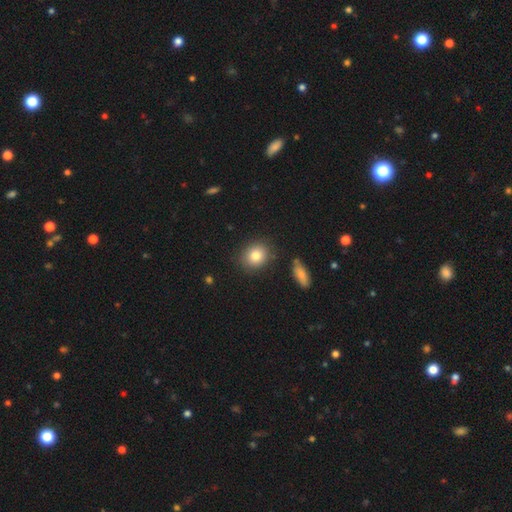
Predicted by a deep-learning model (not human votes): Morphology: type=smooth (82%); roundness=round (65%); merging=none (84%).